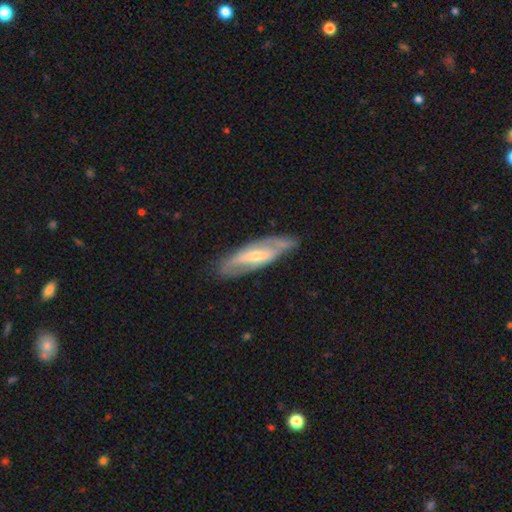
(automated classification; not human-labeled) smooth_or_featured: featured or disk (p=0.72) [alt: smooth p=0.23]
disk_edge_on: no (p=0.73) [alt: yes p=0.27]
bar: strong (p=0.44) [alt: weak p=0.32]
has_spiral_arms: yes (p=0.68) [alt: no p=0.32]
bulge_size: small (p=0.55) [alt: moderate p=0.40]
merging: none (p=0.75) [alt: minor disturbance p=0.18]